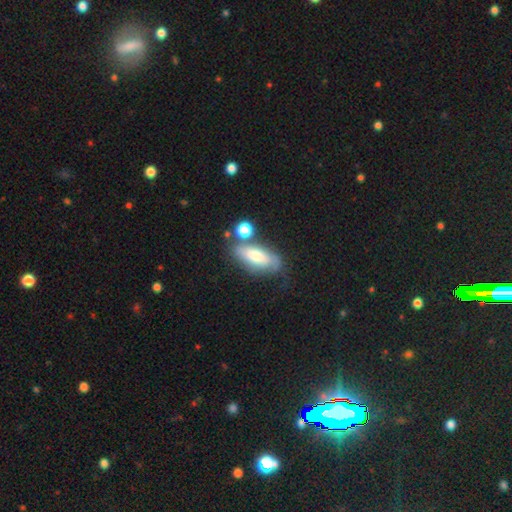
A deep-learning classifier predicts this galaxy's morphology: smooth-or-featured: smooth: 57% | featured or disk: 35% | star or artifact: 9%
  how-rounded: in between: 76% | cigar-shaped: 20% | round: 4%
  merging: none: 52% | minor disturbance: 23% | merger: 14% | major disturbance: 10%